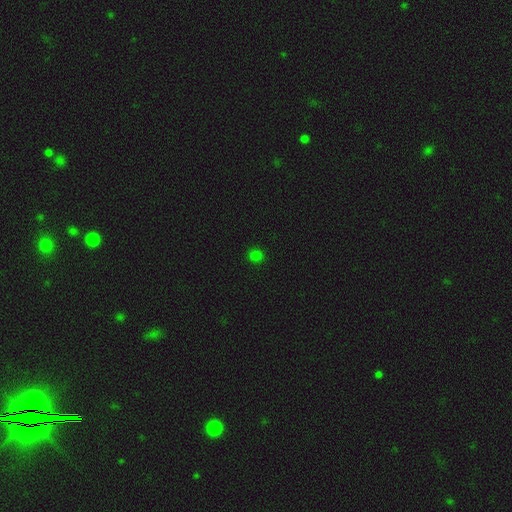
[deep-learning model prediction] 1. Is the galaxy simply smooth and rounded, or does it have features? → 79% smooth, 18% star or artifact, 3% featured or disk.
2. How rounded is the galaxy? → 86% round, 13% in between, 1% cigar-shaped.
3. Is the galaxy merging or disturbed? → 91% none, 6% minor disturbance, 2% major disturbance, 1% merger.